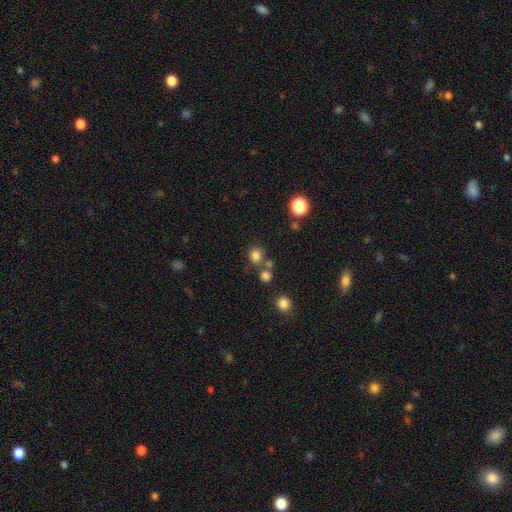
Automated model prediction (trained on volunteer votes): smooth 79%, star or artifact 15%, featured or disk 6%. Down the decision tree: how rounded — round (81%); merging — none (67%).